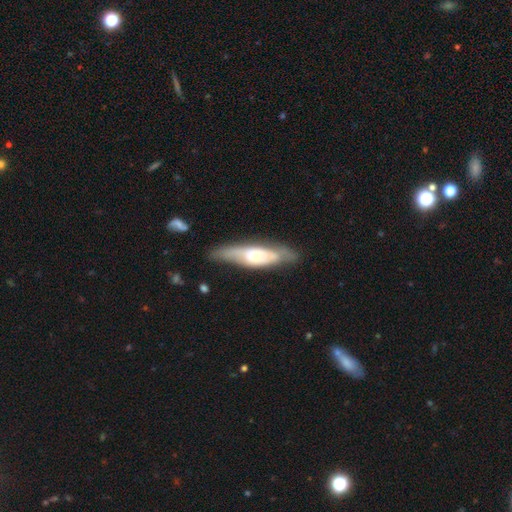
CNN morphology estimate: The model was most divided on "smooth or featured": featured or disk: 58%, smooth: 36%, star or artifact: 6%. More confident: merging — none (70%); edge-on disk — yes (65%).